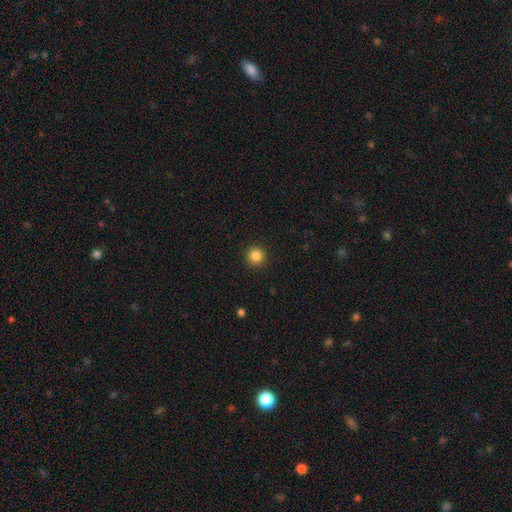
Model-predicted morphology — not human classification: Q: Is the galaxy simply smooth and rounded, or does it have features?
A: smooth — 85%.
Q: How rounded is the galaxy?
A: round — 96%.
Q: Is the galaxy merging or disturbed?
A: none — 93%.